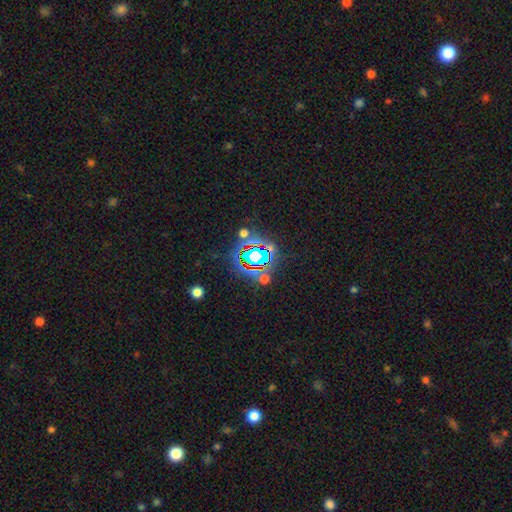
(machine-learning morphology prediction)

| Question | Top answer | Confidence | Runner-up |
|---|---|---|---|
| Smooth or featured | star or artifact | 69% | smooth (19%) |